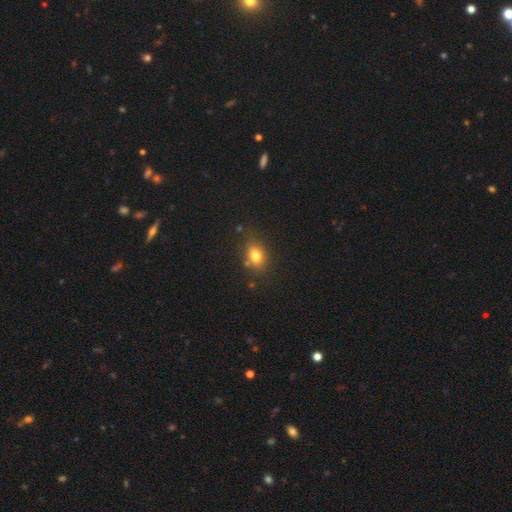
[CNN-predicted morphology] This is likely a smooth galaxy (79%). How rounded: likely in between (71%). Merging: likely none (73%).